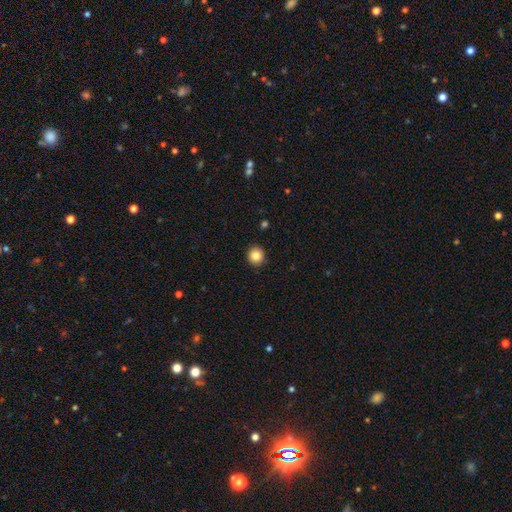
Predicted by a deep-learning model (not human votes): Morphology: type=smooth (85%); roundness=round (89%); merging=none (92%).